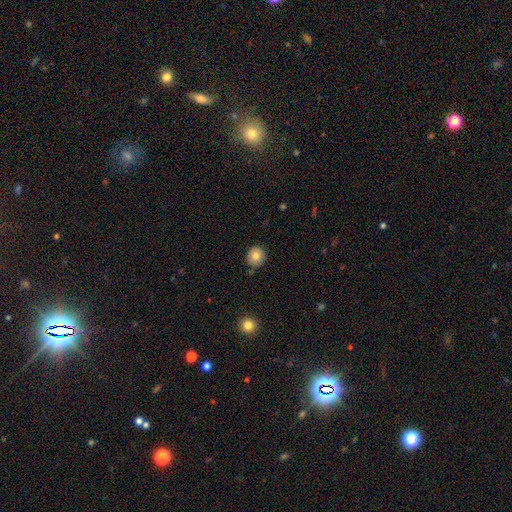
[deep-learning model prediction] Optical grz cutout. It shows a smooth galaxy with no disk features (80%) that is round (91%). Merging: none (86%).